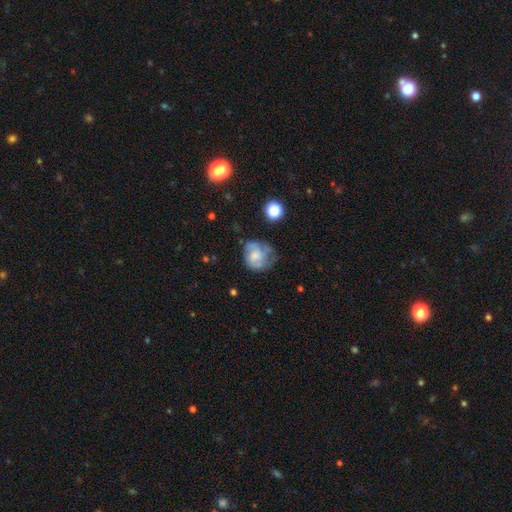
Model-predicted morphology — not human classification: featured or disk 50%, smooth 41%, star or artifact 10%. Down the decision tree: merging — none (46%).